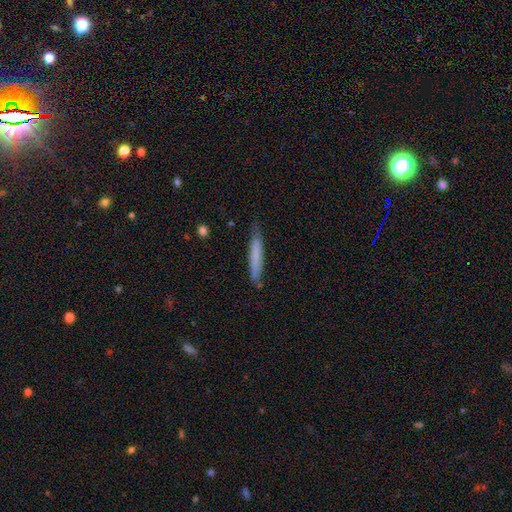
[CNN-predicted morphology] Q: Smooth or featured?
A: smooth (70%); runner-up: featured or disk (24%)
Q: How rounded?
A: cigar-shaped (94%); runner-up: in between (5%)
Q: Merging?
A: none (76%); runner-up: minor disturbance (19%)